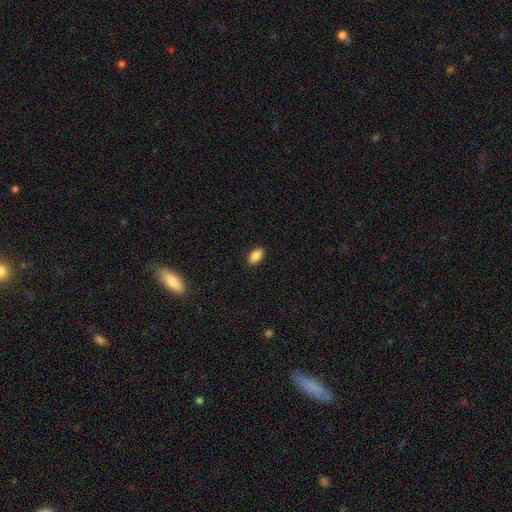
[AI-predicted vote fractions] Smooth or featured: smooth — 88% (star or artifact — 8%)
How rounded: in between — 92% (round — 5%)
Merging: none — 89% (minor disturbance — 8%)